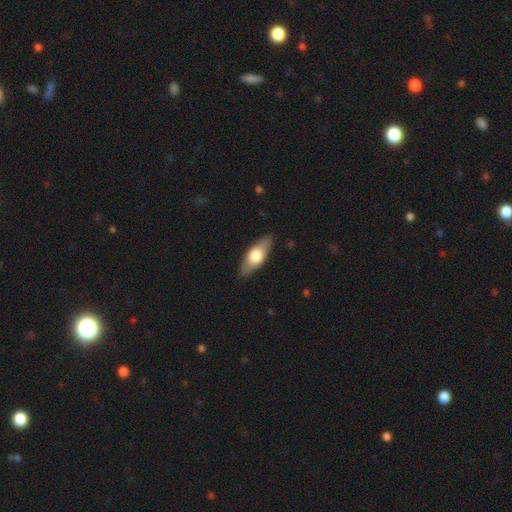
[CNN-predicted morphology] This is likely a smooth galaxy (61%). How rounded: likely in between (75%). Merging: clearly none (85%).